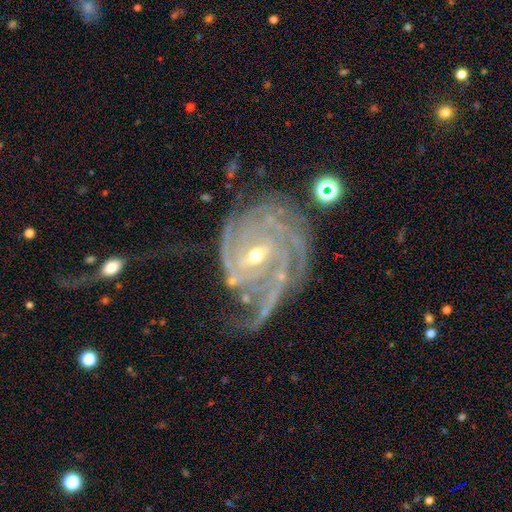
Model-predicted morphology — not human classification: type=featured or disk (91%); edge-on=no (97%); bar=weak (45%); spiral arms=yes (98%); winding=tight (67%); arm count=4 (25%); bulge=small (56%); merging=none (52%).